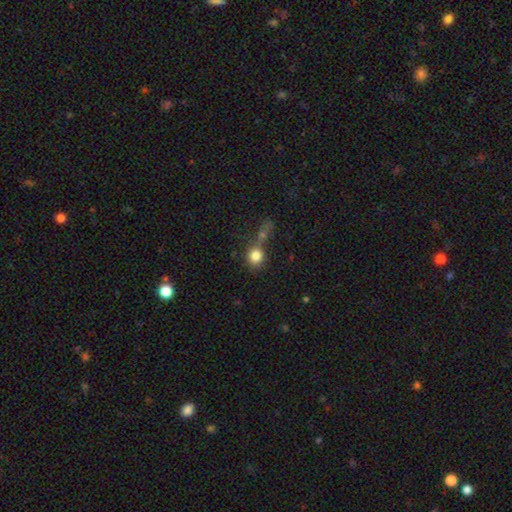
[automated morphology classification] smooth_or_featured: smooth (p=0.81) [alt: star or artifact p=0.11]
how_rounded: round (p=0.82) [alt: in between p=0.16]
merging: none (p=0.42) [alt: merger p=0.36]